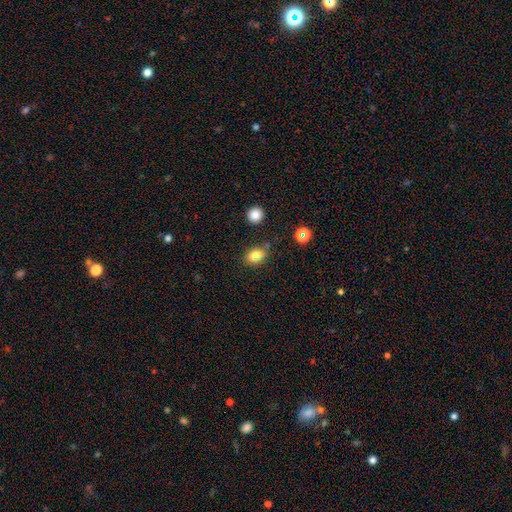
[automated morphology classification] smooth-or-featured: smooth: 80% | star or artifact: 12% | featured or disk: 9%
  how-rounded: in between: 65% | round: 34% | cigar-shaped: 1%
  merging: none: 78% | minor disturbance: 13% | merger: 6% | major disturbance: 3%